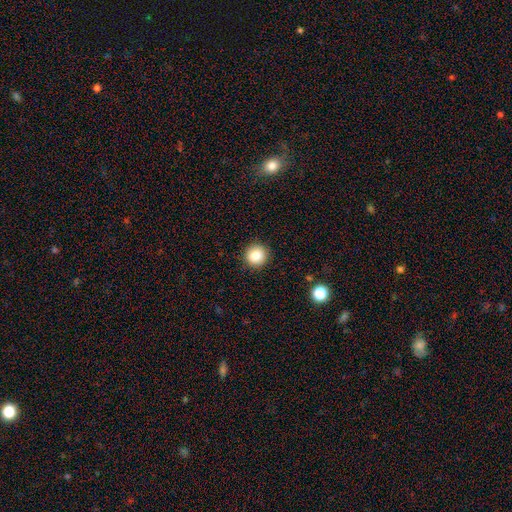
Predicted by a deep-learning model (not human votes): Smooth or featured? smooth (86%)
How rounded? round (95%)
Merging? none (91%)